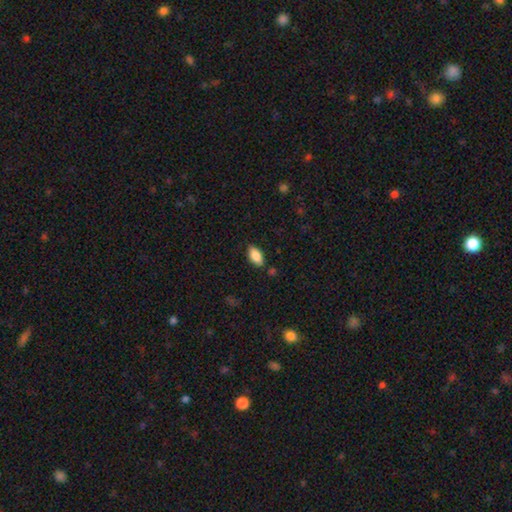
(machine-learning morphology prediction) type=smooth (86%); roundness=in between (92%); merging=none (83%).